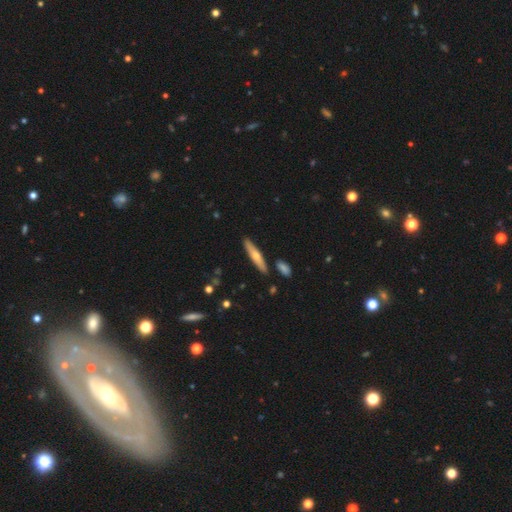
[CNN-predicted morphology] The model was most divided on "smooth or featured" (2-way tie): smooth: 47%, featured or disk: 47%, star or artifact: 6%. More confident: merging — none (87%).